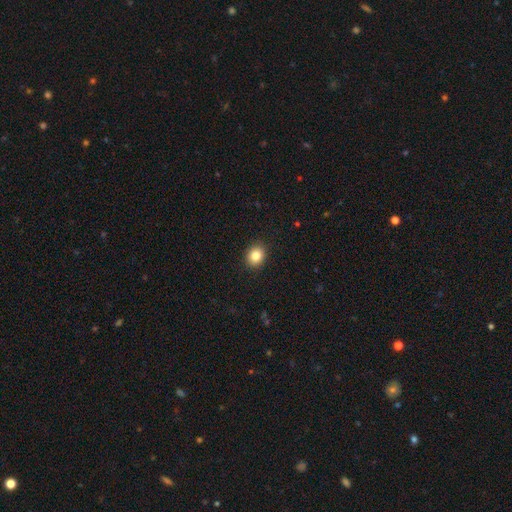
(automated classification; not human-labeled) smooth_or_featured: smooth (p=0.84) [alt: star or artifact p=0.10]
how_rounded: round (p=0.62) [alt: in between p=0.37]
merging: none (p=0.90) [alt: minor disturbance p=0.07]